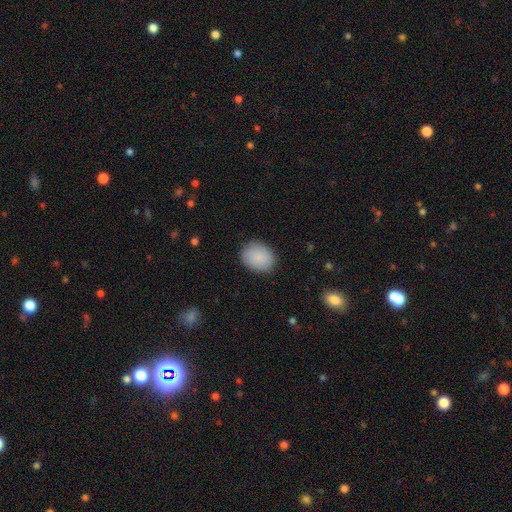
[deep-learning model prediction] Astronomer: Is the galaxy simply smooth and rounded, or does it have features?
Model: smooth — 89%.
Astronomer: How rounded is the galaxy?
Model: in between — 56% (runner-up: round, 43%).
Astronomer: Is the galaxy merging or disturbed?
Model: none — 85%.